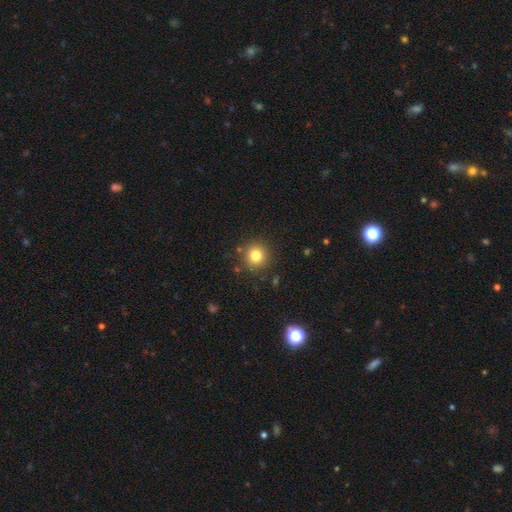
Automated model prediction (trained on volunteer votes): Morphology: type=smooth (80%); roundness=round (93%); merging=none (88%).